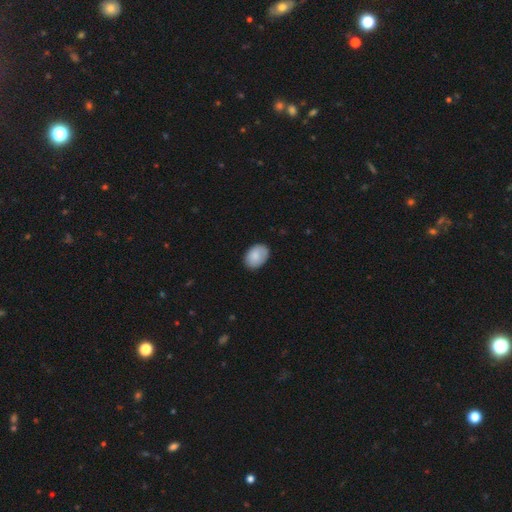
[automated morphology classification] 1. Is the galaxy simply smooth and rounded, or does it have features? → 86% smooth, 8% featured or disk, 6% star or artifact.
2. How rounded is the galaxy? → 80% in between, 19% round, 1% cigar-shaped.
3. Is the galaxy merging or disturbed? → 83% none, 14% minor disturbance, 2% major disturbance, 1% merger.